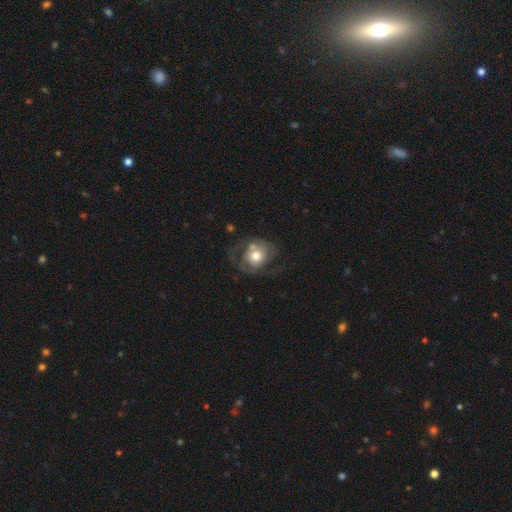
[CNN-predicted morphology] smooth-or-featured: featured or disk: 51% | smooth: 42% | star or artifact: 7%
  disk-edge-on: no: 96% | yes: 4%
  merging: none: 41% | major disturbance: 33% | minor disturbance: 21% | merger: 5%